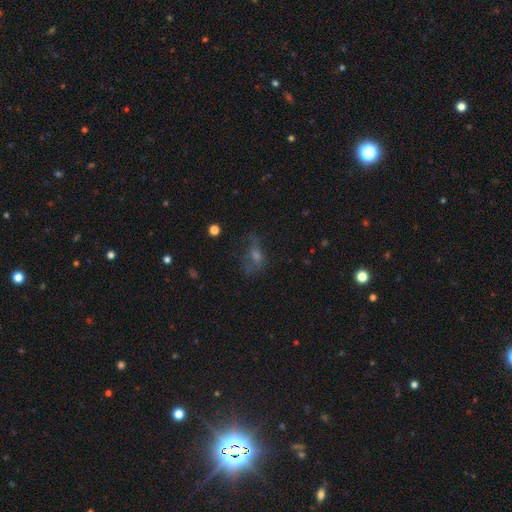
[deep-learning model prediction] Smooth or featured? Predicted: smooth (p=0.38). Merging? Predicted: none (p=0.41).